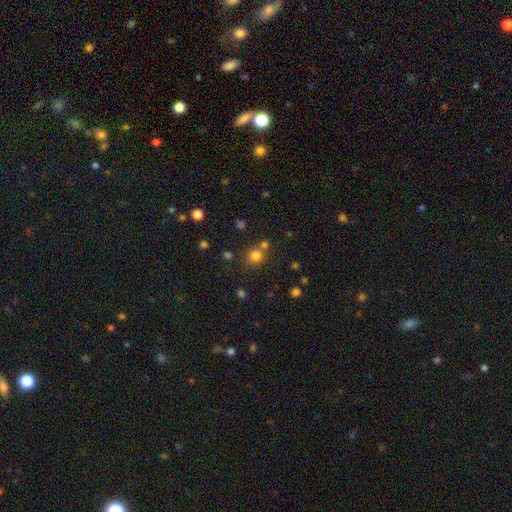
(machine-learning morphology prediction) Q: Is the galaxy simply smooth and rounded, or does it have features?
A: smooth — 77%.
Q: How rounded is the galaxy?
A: round — 77%.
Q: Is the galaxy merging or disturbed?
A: none — 64%.